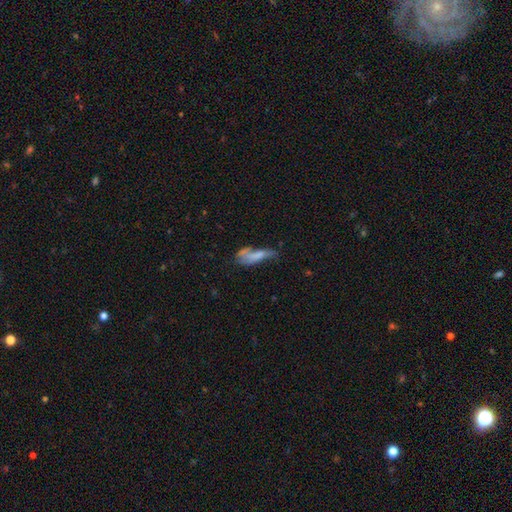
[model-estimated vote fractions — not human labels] Smooth or featured? smooth (55%)
How rounded? in between (59%)
Merging? major disturbance (36%)